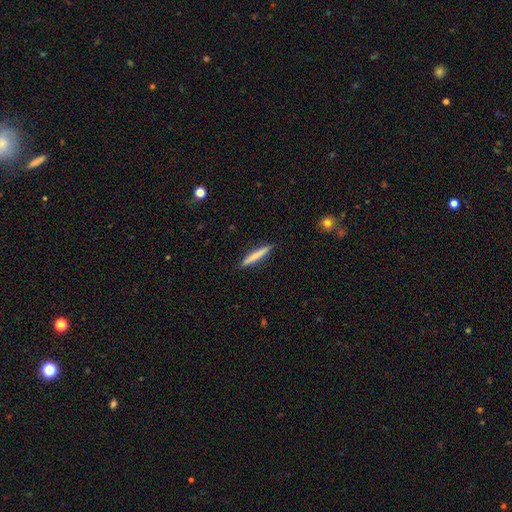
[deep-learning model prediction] Smooth or featured?
  - smooth: 74% *
  - featured or disk: 20%
  - star or artifact: 6%
How rounded?
  - cigar-shaped: 95% *
  - in between: 4%
  - round: 1%
Merging?
  - none: 91% *
  - minor disturbance: 6%
  - major disturbance: 1%
  - merger: 1%